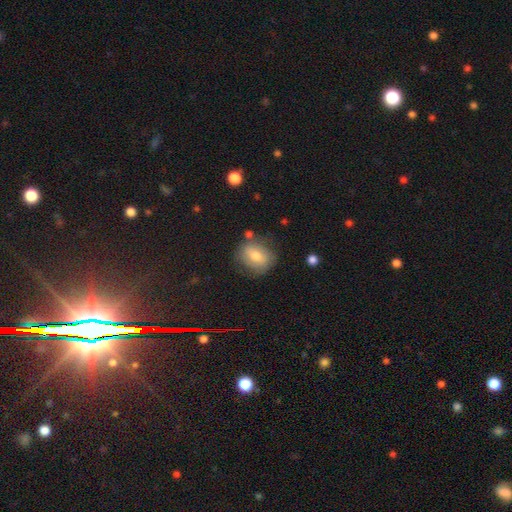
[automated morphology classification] Smooth or featured? smooth (68%)
How rounded? round (60%)
Merging? none (71%)